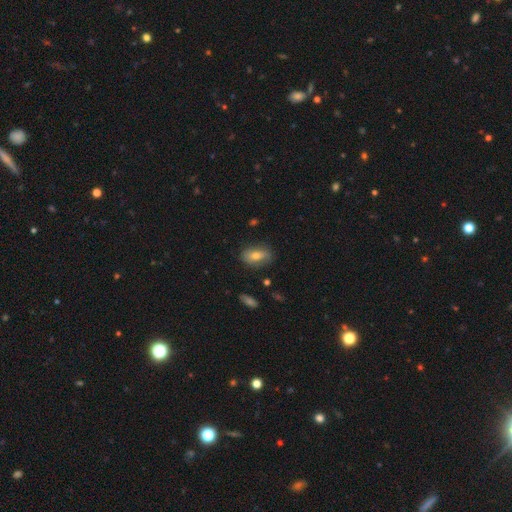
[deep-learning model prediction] The model was most divided on "smooth or featured": smooth: 67%, featured or disk: 24%, star or artifact: 9%. More confident: how rounded — in between (84%); merging — none (78%).